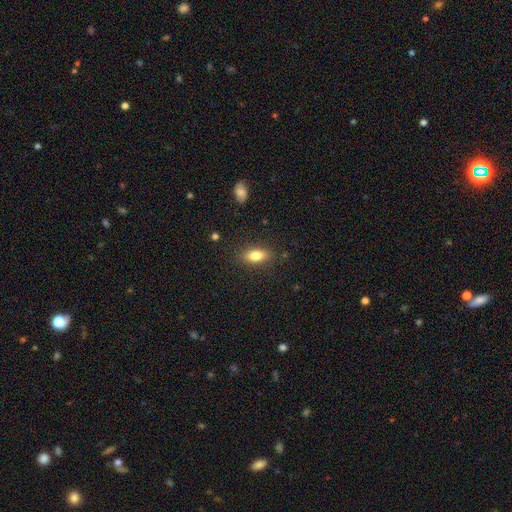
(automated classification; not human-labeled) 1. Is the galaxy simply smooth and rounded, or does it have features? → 79% smooth, 13% featured or disk, 8% star or artifact.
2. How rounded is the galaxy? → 81% in between, 14% cigar-shaped, 5% round.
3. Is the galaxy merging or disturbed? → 85% none, 11% minor disturbance, 3% major disturbance, 1% merger.